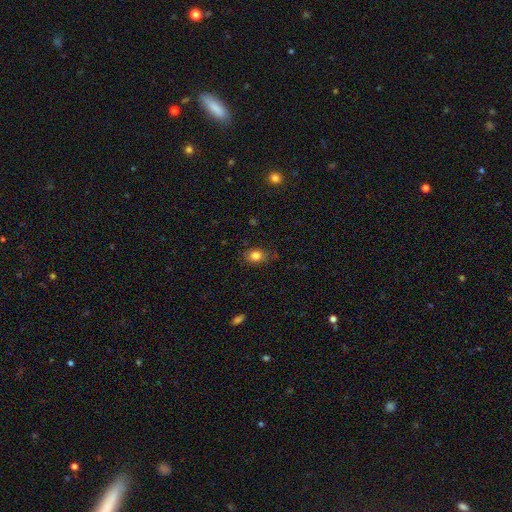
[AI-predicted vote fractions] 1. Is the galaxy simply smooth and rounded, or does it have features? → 82% smooth, 11% star or artifact, 7% featured or disk.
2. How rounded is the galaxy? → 58% in between, 40% round, 2% cigar-shaped.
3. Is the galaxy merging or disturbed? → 78% none, 17% minor disturbance, 4% major disturbance, 1% merger.